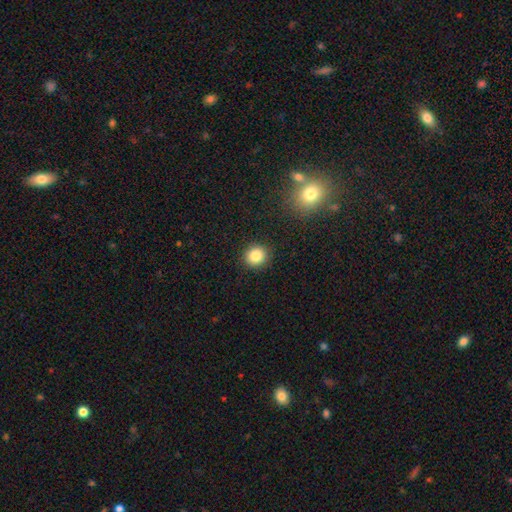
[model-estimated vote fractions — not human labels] Smooth or featured? Predicted: smooth (p=0.85). How rounded? Predicted: round (p=0.87). Merging? Predicted: none (p=0.90).